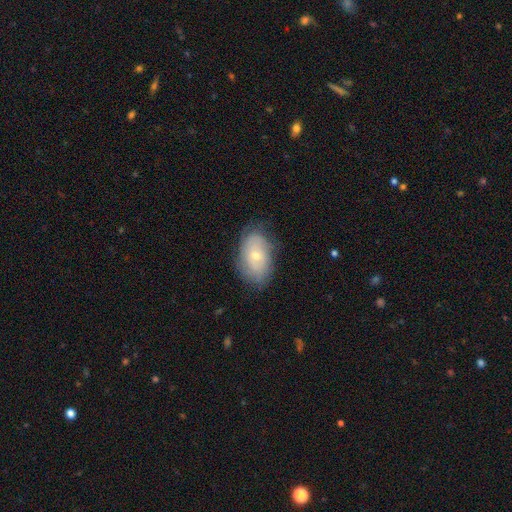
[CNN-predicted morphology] A smooth galaxy with no disk features (47%).

Vote fractions:
- Smooth or featured? smooth: 47% / featured or disk: 45% / star or artifact: 8%
- Merging? none: 72% / minor disturbance: 21% / major disturbance: 6% / merger: 1%